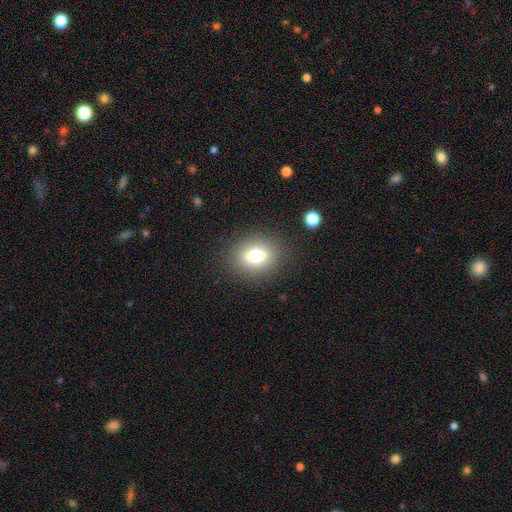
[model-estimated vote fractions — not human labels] smooth_or_featured: smooth (p=0.74) [alt: featured or disk p=0.14]
how_rounded: in between (p=0.55) [alt: round p=0.44]
merging: none (p=0.85) [alt: minor disturbance p=0.09]